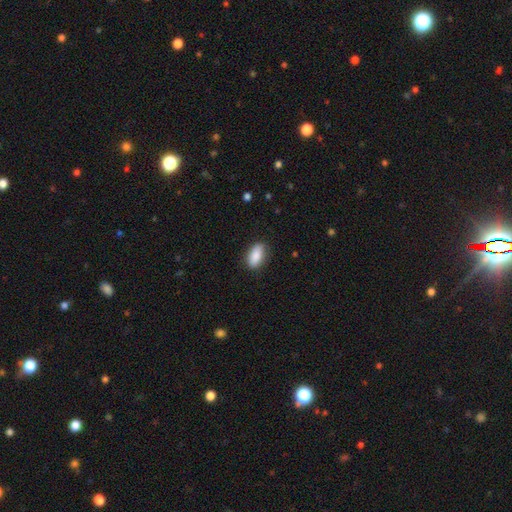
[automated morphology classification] Smooth or featured: smooth — 88% (star or artifact — 6%)
How rounded: in between — 90% (cigar-shaped — 7%)
Merging: none — 84% (minor disturbance — 12%)